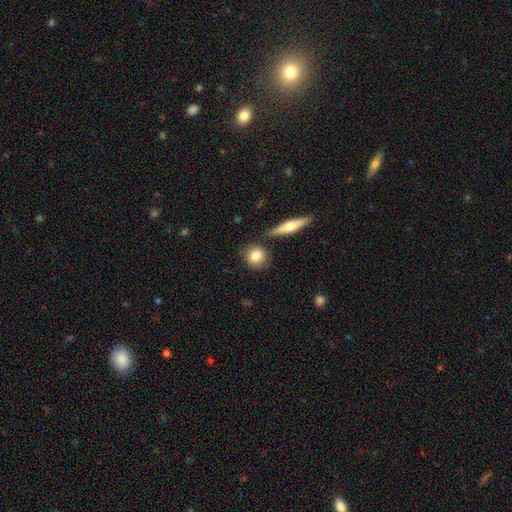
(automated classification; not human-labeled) Overall: smooth (81%). How rounded: round (81%). Merging: none (80%).